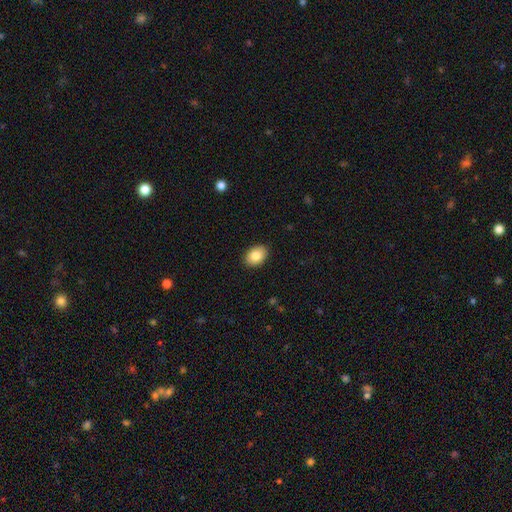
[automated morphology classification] Smooth or featured: smooth — 85% (star or artifact — 7%)
How rounded: in between — 79% (round — 20%)
Merging: none — 89% (minor disturbance — 8%)